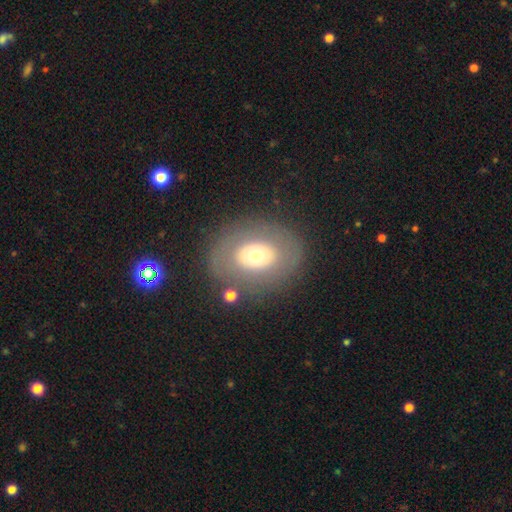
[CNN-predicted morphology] Smooth or featured: smooth — 50% (featured or disk — 41%)
How rounded: in between — 58% (round — 41%)
Merging: none — 76% (minor disturbance — 12%)